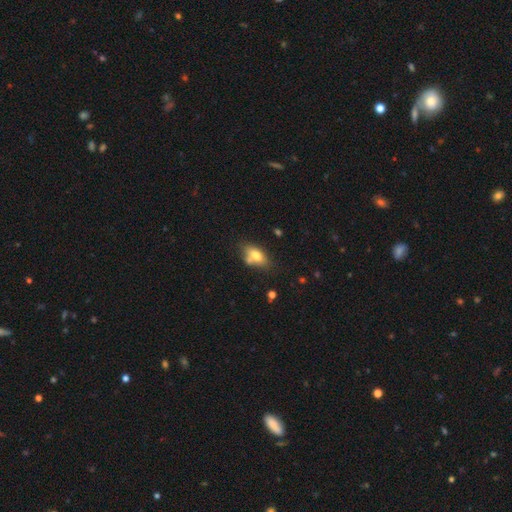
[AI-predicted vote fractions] A smooth galaxy with no disk features (72%) that is in between round and cigar-shaped (85%). Merging: none (56%).